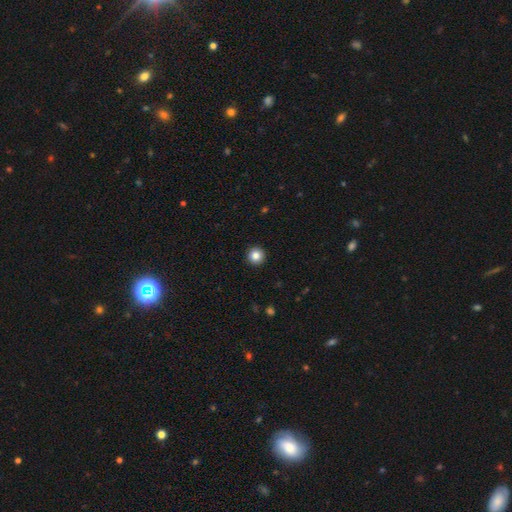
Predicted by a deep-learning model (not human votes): Q: Smooth or featured?
A: smooth (84%); runner-up: star or artifact (10%)
Q: How rounded?
A: round (96%); runner-up: in between (3%)
Q: Merging?
A: none (94%); runner-up: minor disturbance (4%)